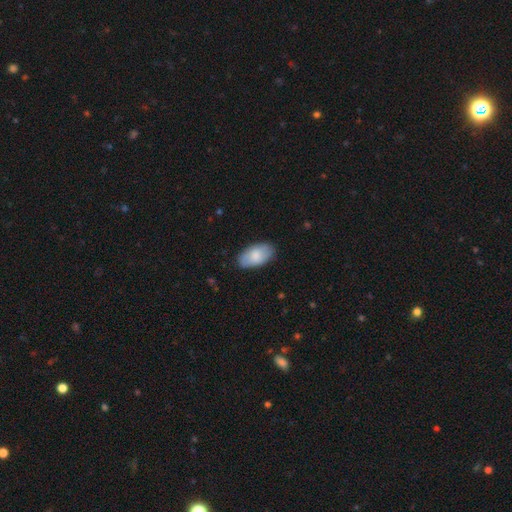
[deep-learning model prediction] Overall: smooth (78%). How rounded: in between (95%). Merging: none (82%).